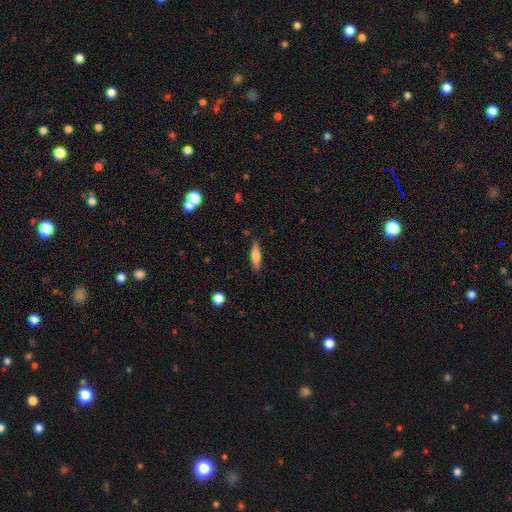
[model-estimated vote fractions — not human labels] Morphology: type=smooth (56%); roundness=cigar-shaped (66%); merging=none (86%).